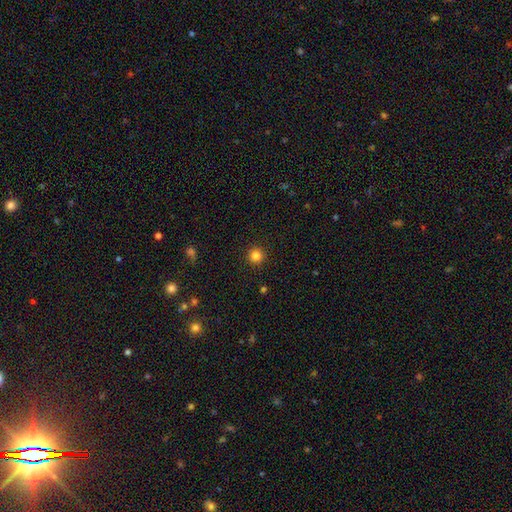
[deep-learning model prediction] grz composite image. It shows a smooth galaxy with no disk features (83%) that is round (95%). Merging: none (93%).